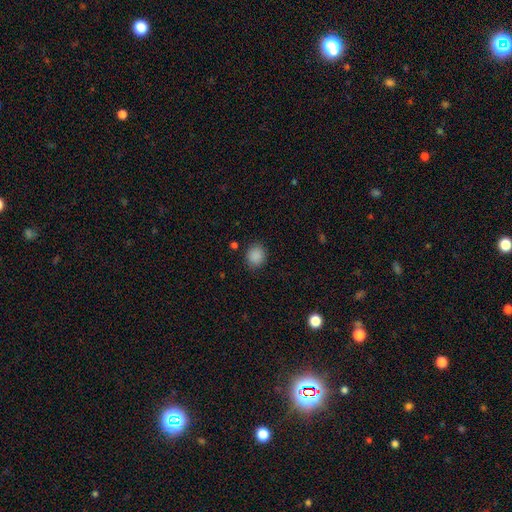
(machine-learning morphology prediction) This appears to be a smooth galaxy with no disk features (88%) that is round (79%). Merging: none (86%).